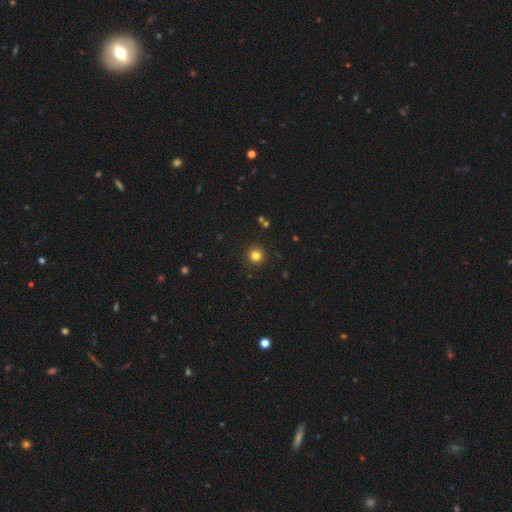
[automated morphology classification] A smooth galaxy with no disk features (81%) that is round (95%).

Vote fractions:
- Smooth or featured? smooth: 81% / star or artifact: 14% / featured or disk: 5%
- How rounded? round: 95% / in between: 4% / cigar-shaped: 1%
- Merging? none: 92% / minor disturbance: 5% / major disturbance: 2% / merger: 1%